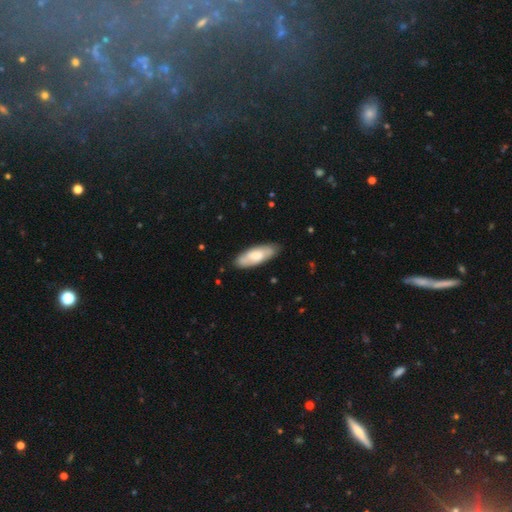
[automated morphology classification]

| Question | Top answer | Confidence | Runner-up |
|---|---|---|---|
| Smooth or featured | smooth | 58% | featured or disk (36%) |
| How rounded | in between | 65% | cigar-shaped (34%) |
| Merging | none | 81% | minor disturbance (14%) |